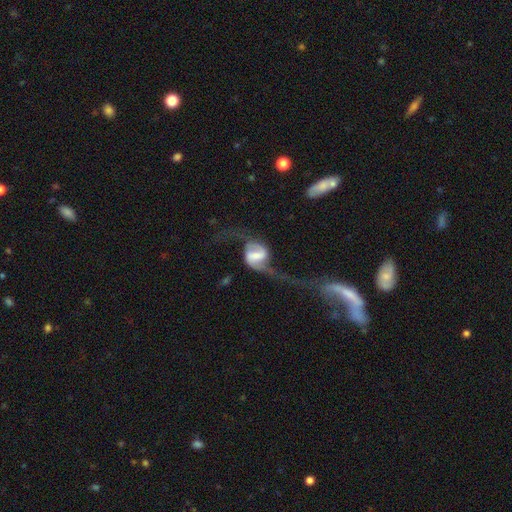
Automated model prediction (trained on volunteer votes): The model was most divided on "bulge size": moderate: 29%, small: 24%, none: 21%, large: 20%, dominant: 6%. Remaining: edge-on disk — no (96%); spiral arms — yes (93%); spiral arm count — 2 (93%); smooth or featured — featured or disk (86%); spiral winding — loose (82%); bar — strong (53%); merging — none (44%).